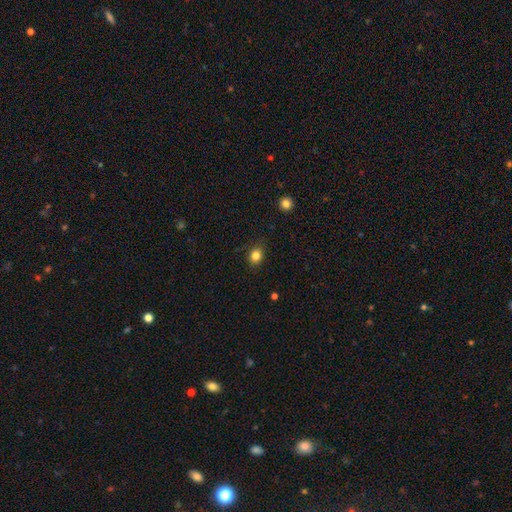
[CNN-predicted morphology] Smooth or featured? smooth (84%)
How rounded? round (64%)
Merging? none (86%)